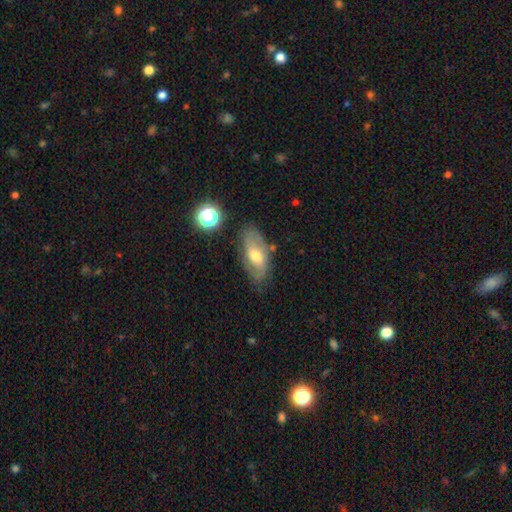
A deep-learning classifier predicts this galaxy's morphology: A smooth galaxy with no disk features (47%).

Vote fractions:
- Smooth or featured? smooth: 47% / featured or disk: 44% / star or artifact: 9%
- Merging? none: 68% / minor disturbance: 22% / major disturbance: 7% / merger: 4%